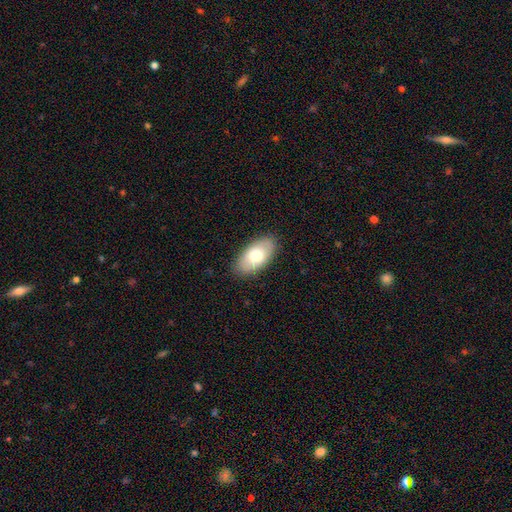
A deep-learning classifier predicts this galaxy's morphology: Q: Smooth or featured?
A: smooth (72%); runner-up: featured or disk (22%)
Q: How rounded?
A: in between (94%); runner-up: round (3%)
Q: Merging?
A: none (86%); runner-up: minor disturbance (11%)